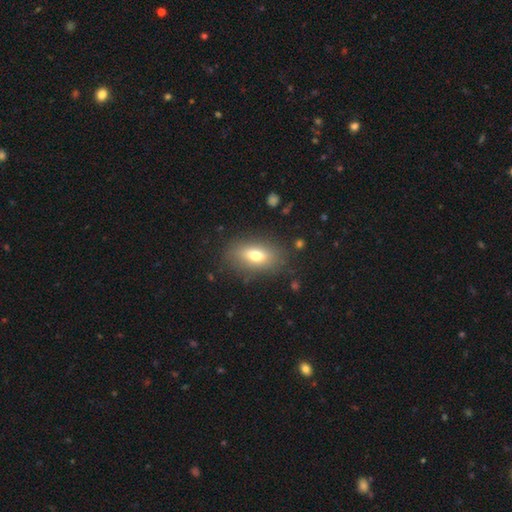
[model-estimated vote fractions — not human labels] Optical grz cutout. It shows a smooth galaxy with no disk features (69%) that is in between round and cigar-shaped (81%). Merging: none (82%).